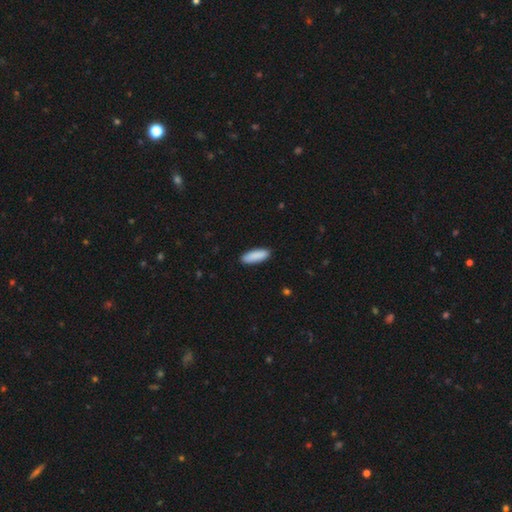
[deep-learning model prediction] Smooth or featured? Predicted: smooth (p=0.90). How rounded? Predicted: in between (p=0.55). Merging? Predicted: none (p=0.90).